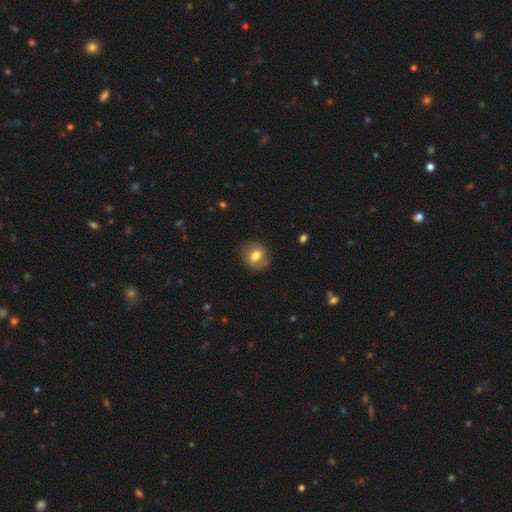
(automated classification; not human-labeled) smooth-or-featured: smooth: 75% | featured or disk: 16% | star or artifact: 9%
  how-rounded: round: 73% | in between: 26% | cigar-shaped: 1%
  merging: none: 83% | minor disturbance: 13% | major disturbance: 4% | merger: 1%